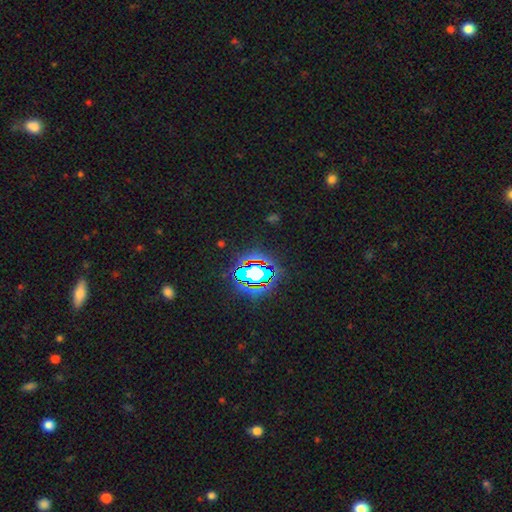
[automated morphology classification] Smooth or featured: star or artifact — 79% (smooth — 13%)